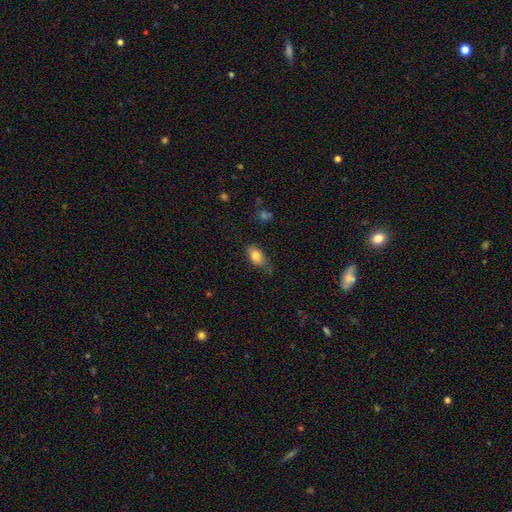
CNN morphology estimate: Smooth or featured? smooth (81%)
How rounded? in between (86%)
Merging? none (63%)